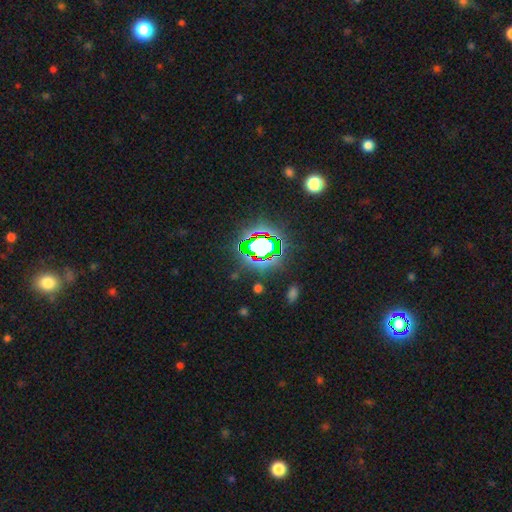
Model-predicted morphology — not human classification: Smooth or featured? Predicted: star or artifact (p=0.78).